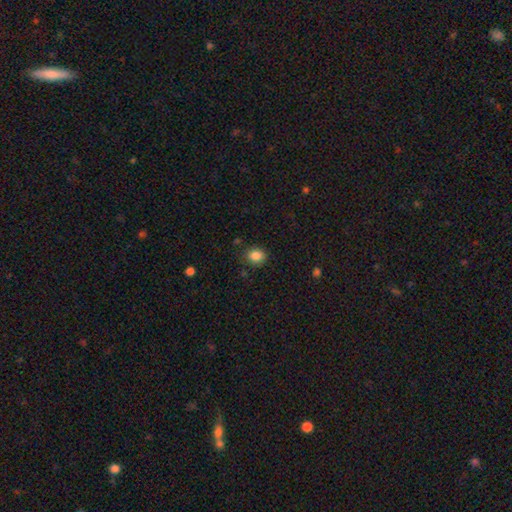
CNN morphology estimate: smooth 84%, star or artifact 10%, featured or disk 5%. Down the decision tree: how rounded — round (61%); merging — none (84%).